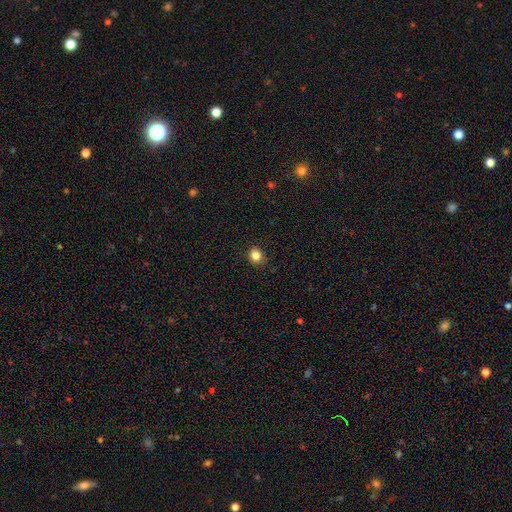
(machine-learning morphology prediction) A smooth galaxy with no disk features (84%) that is round (78%).

Vote fractions:
- Smooth or featured? smooth: 84% / star or artifact: 12% / featured or disk: 5%
- How rounded? round: 78% / in between: 21% / cigar-shaped: 1%
- Merging? none: 89% / minor disturbance: 8% / major disturbance: 2% / merger: 1%